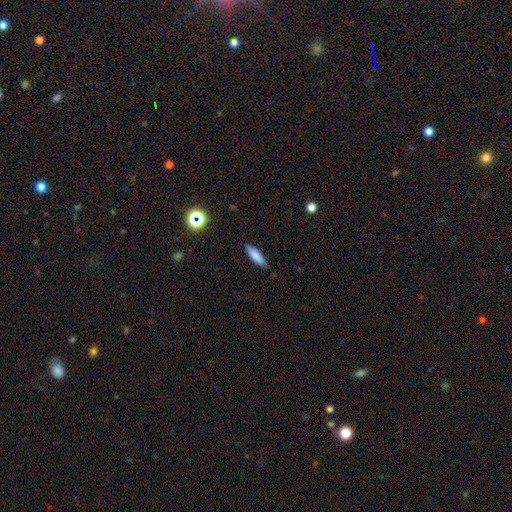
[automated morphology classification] Overall: smooth (82%). How rounded: cigar-shaped (56%; in between 42%). Merging: none (87%).